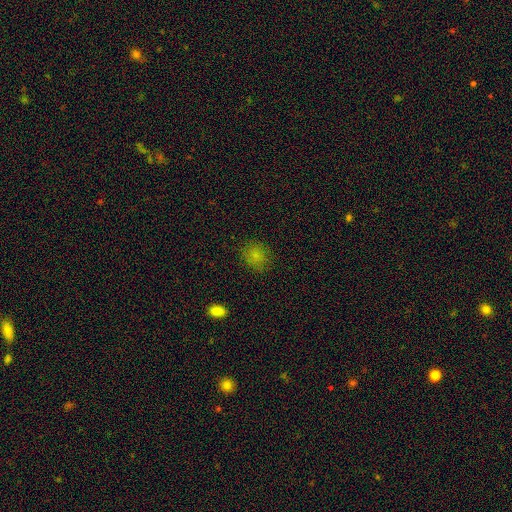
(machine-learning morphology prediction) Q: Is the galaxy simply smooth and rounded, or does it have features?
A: smooth — 79%.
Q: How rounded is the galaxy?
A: round — 67%.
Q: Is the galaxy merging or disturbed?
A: none — 78%.